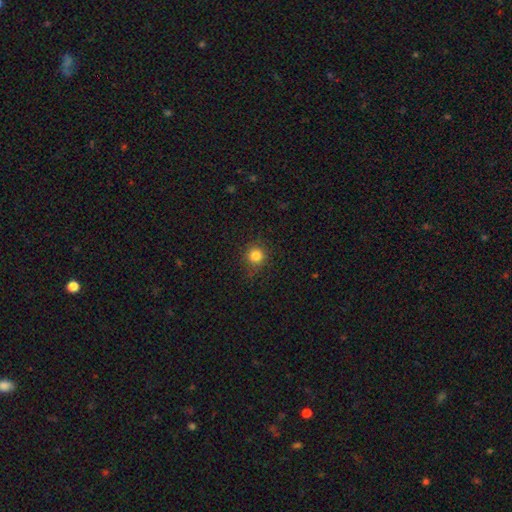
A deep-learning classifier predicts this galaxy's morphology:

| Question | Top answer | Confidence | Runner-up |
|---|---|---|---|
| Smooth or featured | smooth | 83% | star or artifact (13%) |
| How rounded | round | 93% | in between (6%) |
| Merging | none | 86% | minor disturbance (10%) |